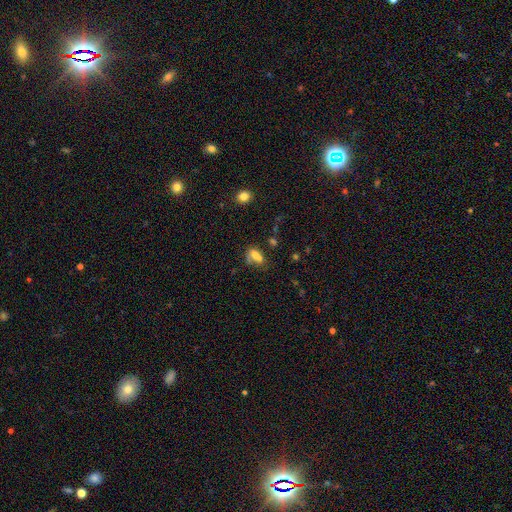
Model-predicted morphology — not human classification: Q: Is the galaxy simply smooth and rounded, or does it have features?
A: smooth — 69%.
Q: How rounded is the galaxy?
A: in between — 74%.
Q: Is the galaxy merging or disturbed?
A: none — 39%.